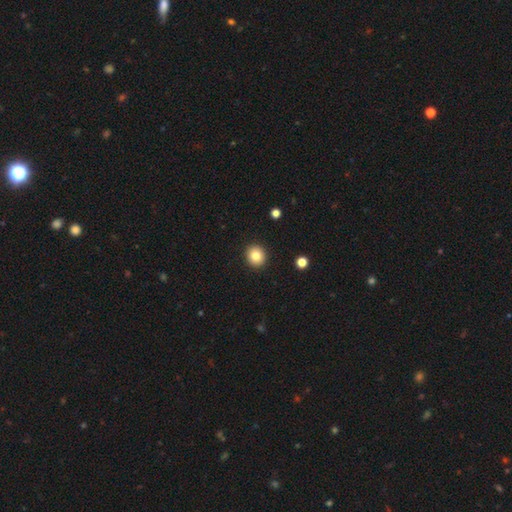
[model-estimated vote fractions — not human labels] Overall: smooth (83%). How rounded: round (85%). Merging: none (92%).